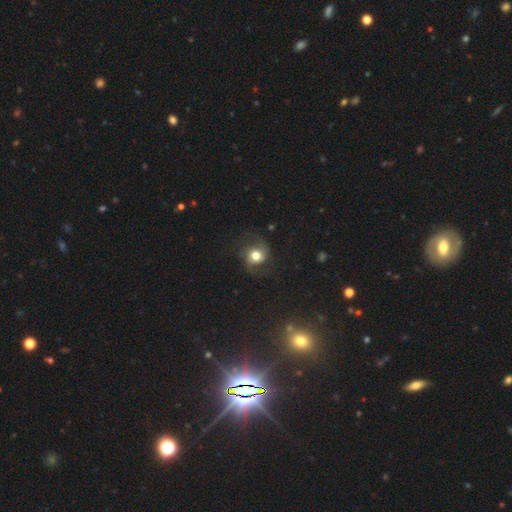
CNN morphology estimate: smooth-or-featured: featured or disk: 56% | smooth: 33% | star or artifact: 11%
  disk-edge-on: no: 97% | yes: 3%
    bar: no: 69% | weak: 24% | strong: 7%
    has-spiral-arms: yes: 88% | no: 12%
    bulge-size: moderate: 49% | large: 39% | dominant: 7% | small: 4% | none: 1%
  merging: none: 69% | minor disturbance: 16% | major disturbance: 14% | merger: 1%